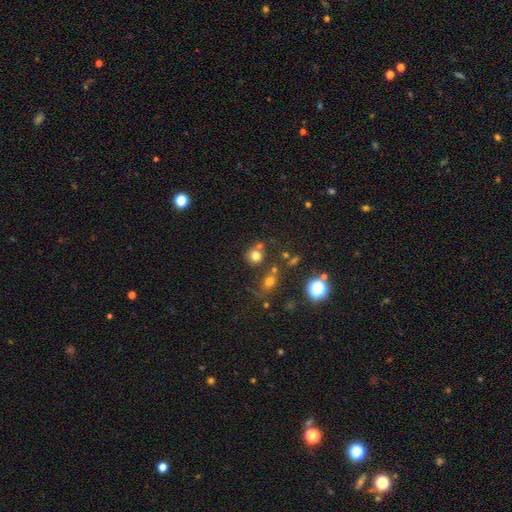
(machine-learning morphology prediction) Smooth or featured?
  - smooth: 72% *
  - star or artifact: 18%
  - featured or disk: 10%
How rounded?
  - round: 87% *
  - in between: 12%
  - cigar-shaped: 1%
Merging?
  - none: 64% *
  - merger: 20%
  - minor disturbance: 11%
  - major disturbance: 6%